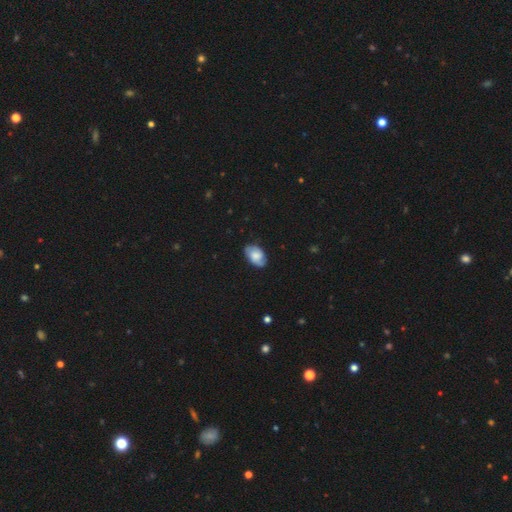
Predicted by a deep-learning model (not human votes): Smooth or featured?
  - smooth: 60% *
  - featured or disk: 32%
  - star or artifact: 8%
How rounded?
  - in between: 90% *
  - round: 8%
  - cigar-shaped: 1%
Merging?
  - none: 80% *
  - minor disturbance: 16%
  - major disturbance: 3%
  - merger: 1%